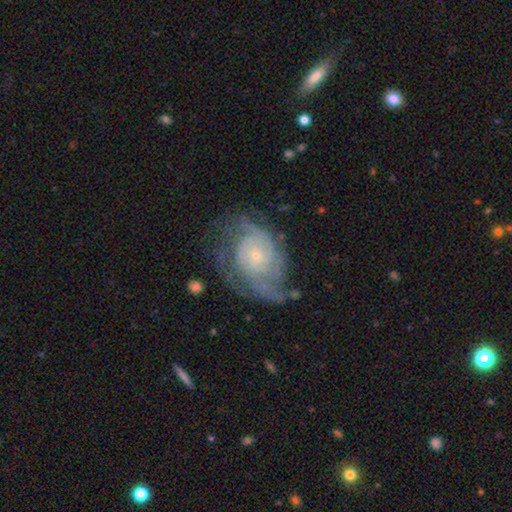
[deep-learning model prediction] Q: Smooth or featured?
A: featured or disk (82%); runner-up: smooth (12%)
Q: Edge-on disk?
A: no (97%); runner-up: yes (3%)
Q: Bar?
A: no (77%); runner-up: weak (19%)
Q: Spiral arms?
A: yes (91%); runner-up: no (9%)
Q: Spiral winding?
A: tight (55%); runner-up: medium (32%)
Q: Spiral arm count?
A: can't tell (35%); runner-up: 2 (30%)
Q: Bulge size?
A: small (80%); runner-up: moderate (15%)
Q: Merging?
A: none (51%); runner-up: minor disturbance (24%)